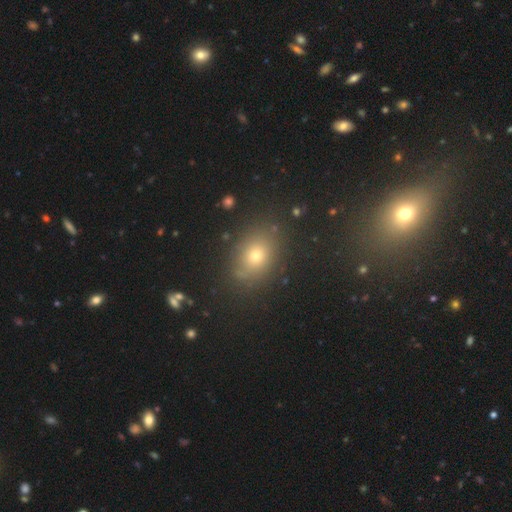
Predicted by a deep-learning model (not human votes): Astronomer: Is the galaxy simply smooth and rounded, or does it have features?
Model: smooth — 68%.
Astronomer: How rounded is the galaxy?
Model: in between — 64%.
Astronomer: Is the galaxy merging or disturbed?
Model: none — 82%.